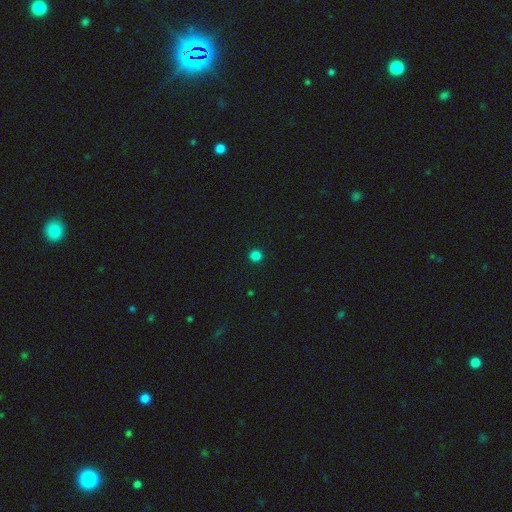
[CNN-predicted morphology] type=smooth (83%); roundness=round (95%); merging=none (93%).